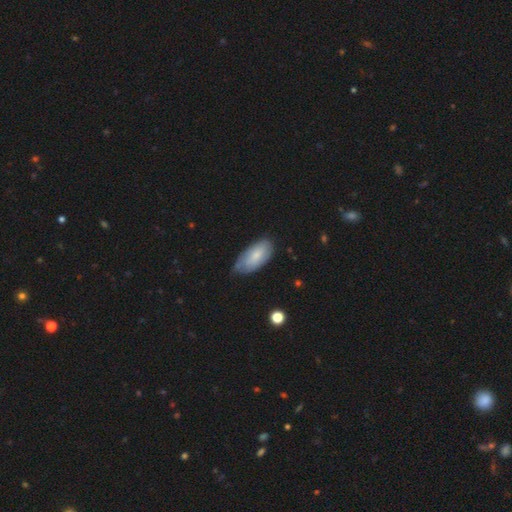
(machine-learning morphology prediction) Overall: smooth (71%). How rounded: in between (91%). Merging: none (60%; minor disturbance 32%).